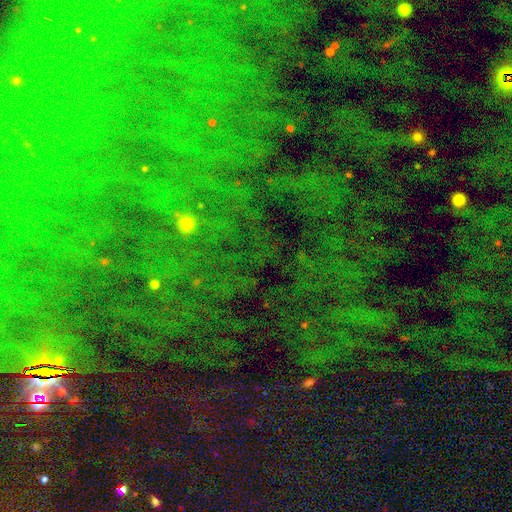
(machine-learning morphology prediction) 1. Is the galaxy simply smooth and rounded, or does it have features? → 82% star or artifact, 10% smooth, 8% featured or disk.